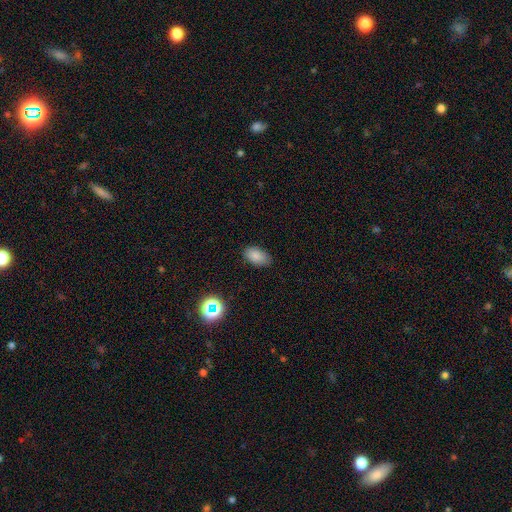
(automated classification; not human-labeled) Smooth or featured: smooth — 82% (star or artifact — 11%)
How rounded: in between — 92% (round — 7%)
Merging: none — 82% (minor disturbance — 14%)